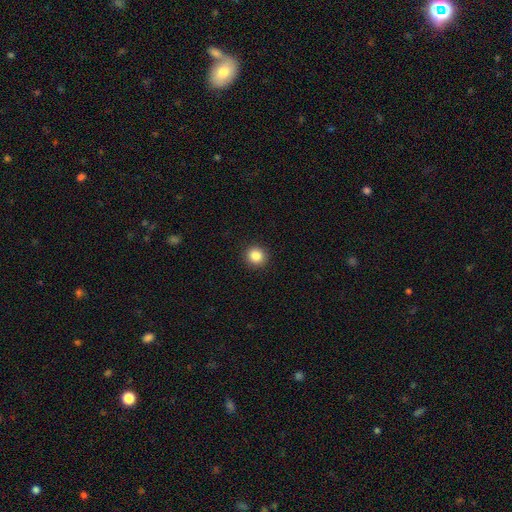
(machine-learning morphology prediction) A smooth galaxy with no disk features (85%) that is round (90%).

Vote fractions:
- Smooth or featured? smooth: 85% / star or artifact: 10% / featured or disk: 4%
- How rounded? round: 90% / in between: 9% / cigar-shaped: 1%
- Merging? none: 92% / minor disturbance: 5% / major disturbance: 2% / merger: 1%